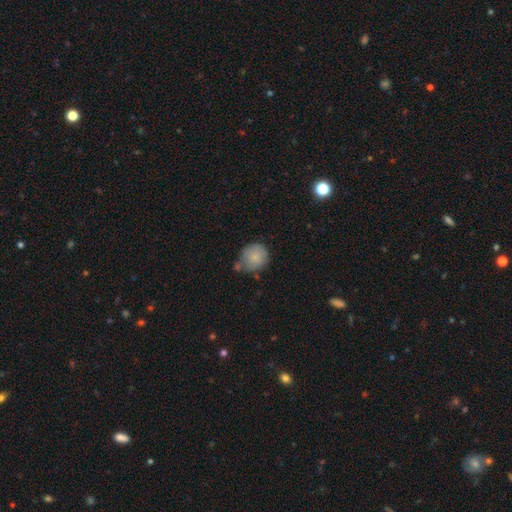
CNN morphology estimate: type=smooth (83%); roundness=round (84%); merging=none (56%).